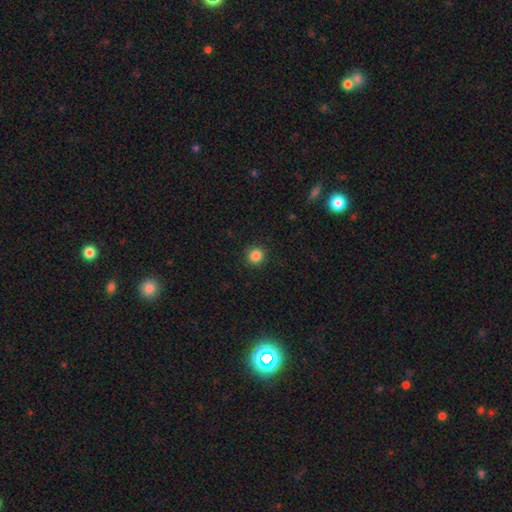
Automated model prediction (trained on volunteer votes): smooth 86%, star or artifact 11%, featured or disk 3%. Down the decision tree: how rounded — round (95%); merging — none (92%).